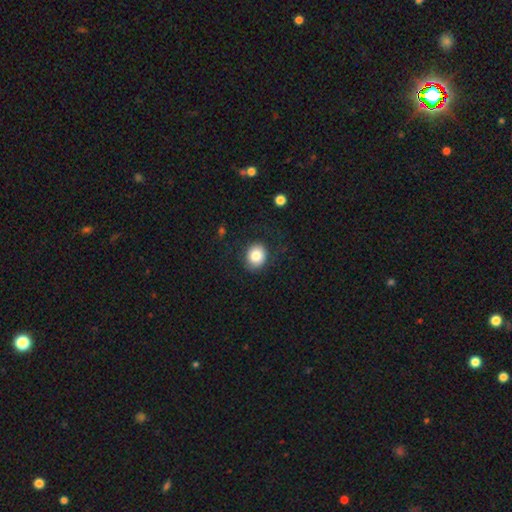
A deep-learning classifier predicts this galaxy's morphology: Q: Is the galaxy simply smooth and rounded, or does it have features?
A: smooth — 82%.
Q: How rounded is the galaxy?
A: round — 72%.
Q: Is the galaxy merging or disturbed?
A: none — 83%.